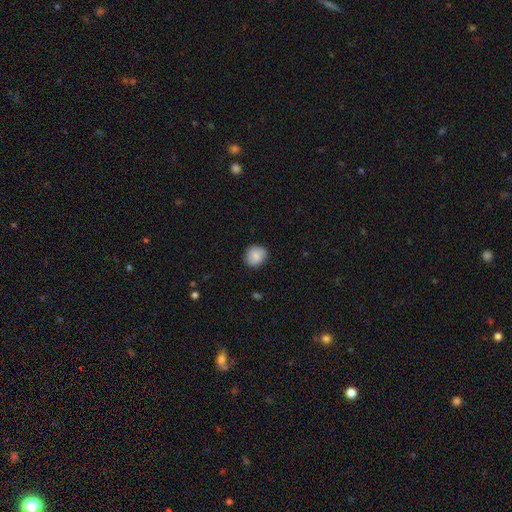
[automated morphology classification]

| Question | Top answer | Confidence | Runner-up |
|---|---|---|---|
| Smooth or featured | smooth | 84% | featured or disk (9%) |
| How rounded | round | 80% | in between (19%) |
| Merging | none | 83% | minor disturbance (13%) |